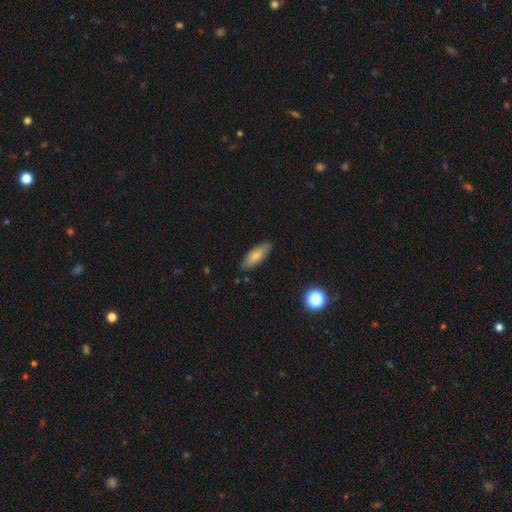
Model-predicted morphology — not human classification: smooth 77%, featured or disk 16%, star or artifact 7%. Down the decision tree: how rounded — in between (68%); merging — none (86%).